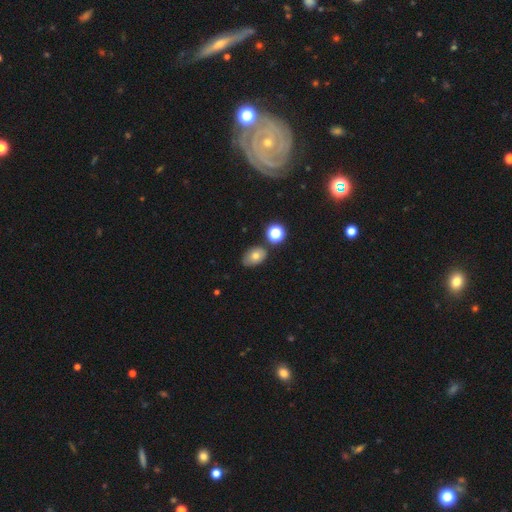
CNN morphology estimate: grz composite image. It shows a smooth galaxy with no disk features (71%) that is in between round and cigar-shaped (80%). Merging: none (69%).